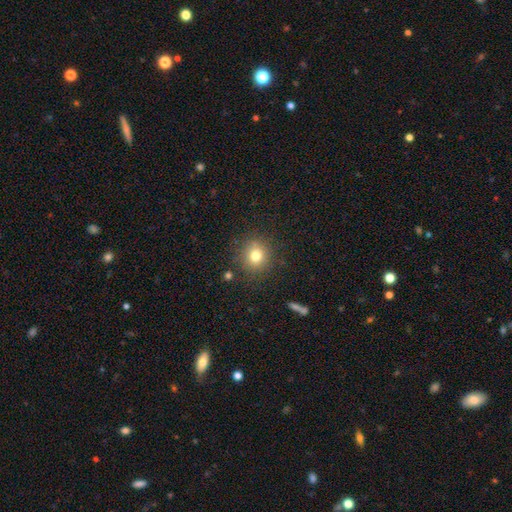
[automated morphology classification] A smooth galaxy with no disk features (78%) that is round (88%). Merging: none (86%).